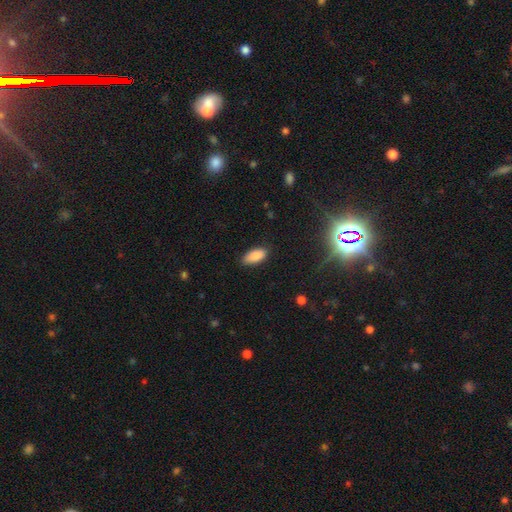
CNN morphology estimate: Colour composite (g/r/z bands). It shows a smooth galaxy with no disk features (88%) that is in between round and cigar-shaped (90%). Merging: none (82%).